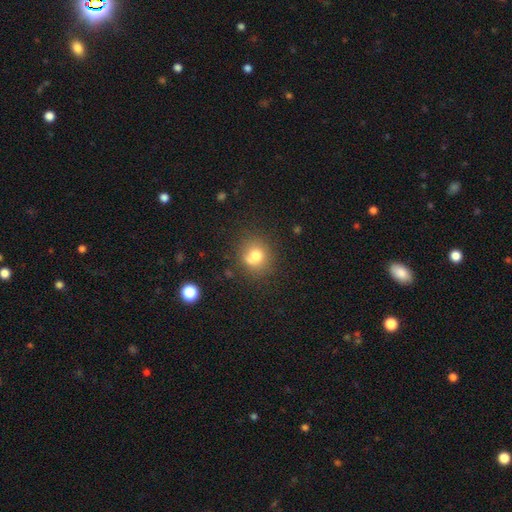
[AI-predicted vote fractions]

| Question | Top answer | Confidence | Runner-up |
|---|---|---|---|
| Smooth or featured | smooth | 74% | featured or disk (13%) |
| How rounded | round | 84% | in between (15%) |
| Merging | none | 64% | minor disturbance (18%) |